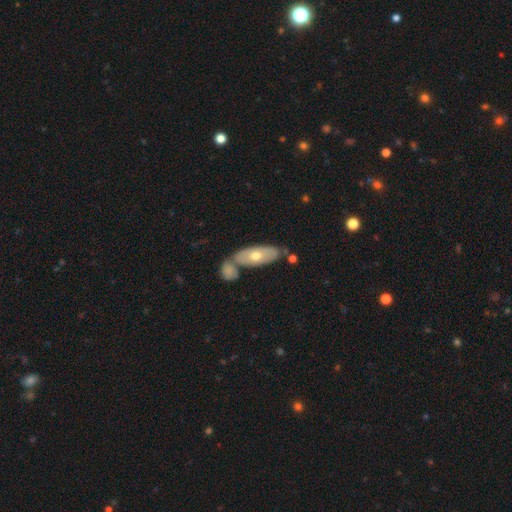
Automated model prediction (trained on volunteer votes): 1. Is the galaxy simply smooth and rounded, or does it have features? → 50% smooth, 44% featured or disk, 6% star or artifact.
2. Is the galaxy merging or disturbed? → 57% none, 25% merger, 14% minor disturbance, 4% major disturbance.